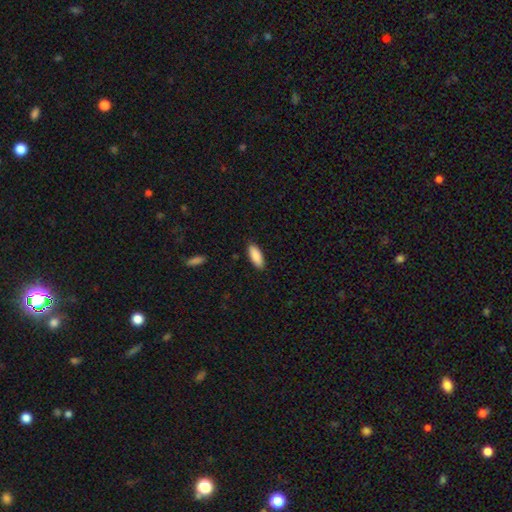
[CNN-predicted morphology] This is clearly a smooth galaxy (89%). How rounded: likely in between (77%). Merging: clearly none (88%).